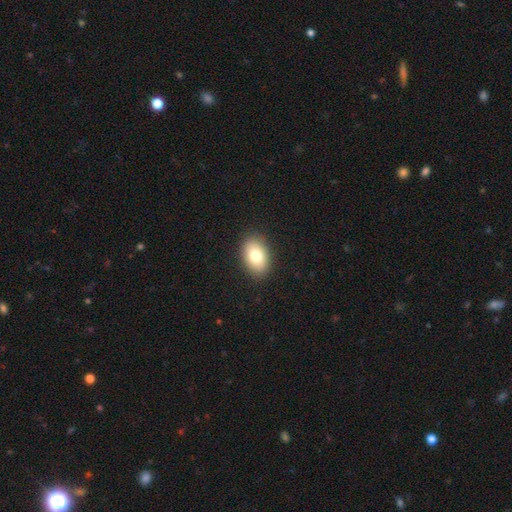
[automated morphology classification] Smooth or featured?
  - smooth: 78% *
  - featured or disk: 14%
  - star or artifact: 8%
How rounded?
  - in between: 85% *
  - round: 14%
  - cigar-shaped: 1%
Merging?
  - none: 89% *
  - minor disturbance: 8%
  - major disturbance: 2%
  - merger: 1%